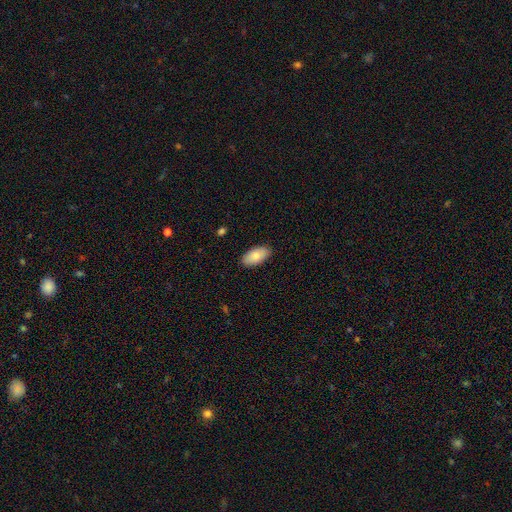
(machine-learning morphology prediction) A smooth galaxy with no disk features (83%) that is in between round and cigar-shaped (95%).

Vote fractions:
- Smooth or featured? smooth: 83% / featured or disk: 11% / star or artifact: 6%
- How rounded? in between: 95% / round: 2% / cigar-shaped: 2%
- Merging? none: 89% / minor disturbance: 9% / major disturbance: 2% / merger: 1%